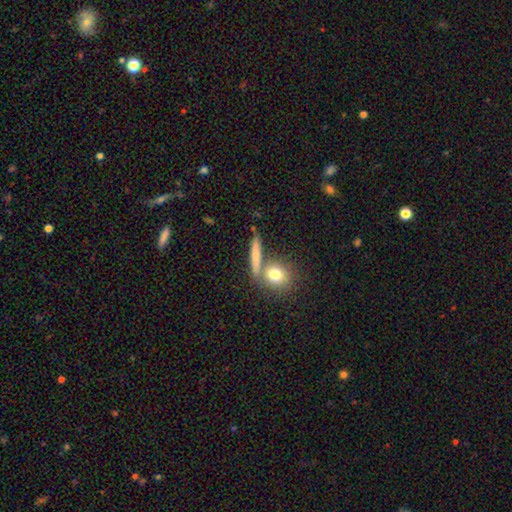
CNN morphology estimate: type=smooth (70%); roundness=cigar-shaped (60%); merging=none (70%).